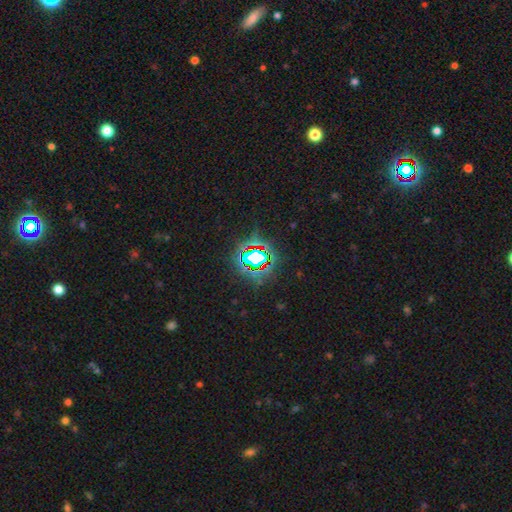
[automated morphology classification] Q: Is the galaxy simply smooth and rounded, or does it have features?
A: star or artifact — 74%.